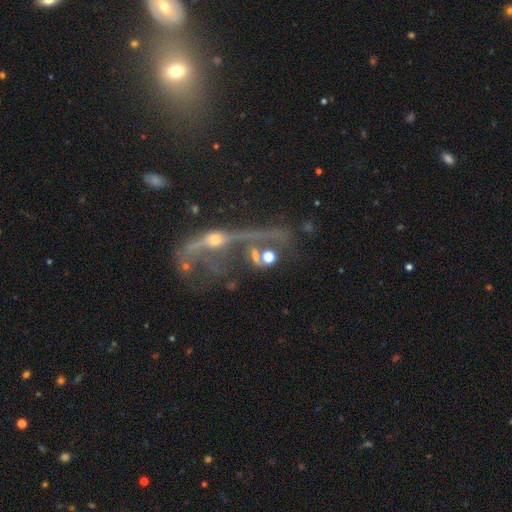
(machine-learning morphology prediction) Smooth or featured? featured or disk (50%)
Edge-on disk? no (61%)
Merging? none (35%)